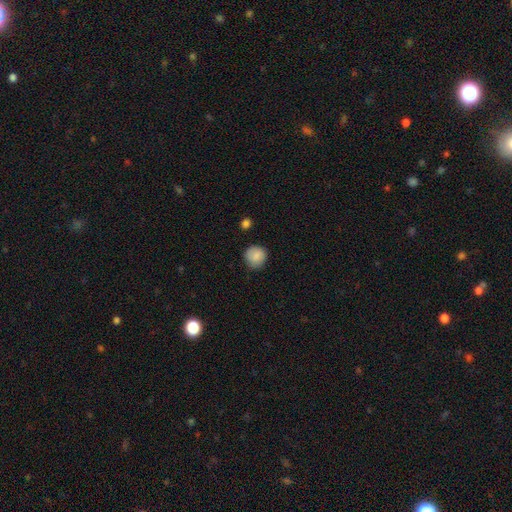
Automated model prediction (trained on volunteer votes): Smooth or featured? smooth (86%)
How rounded? round (91%)
Merging? none (81%)